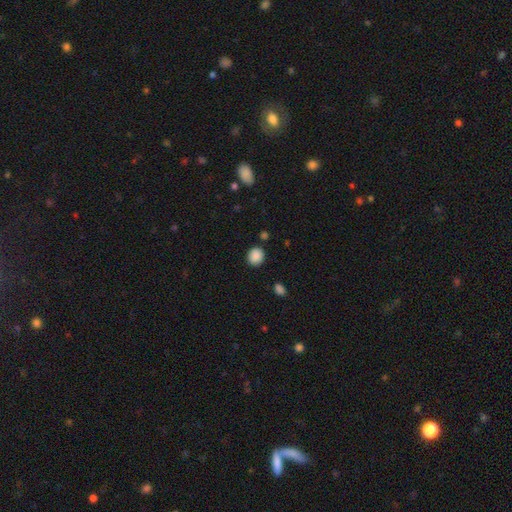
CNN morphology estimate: Smooth or featured? Predicted: smooth (p=0.88). How rounded? Predicted: round (p=0.74). Merging? Predicted: none (p=0.84).